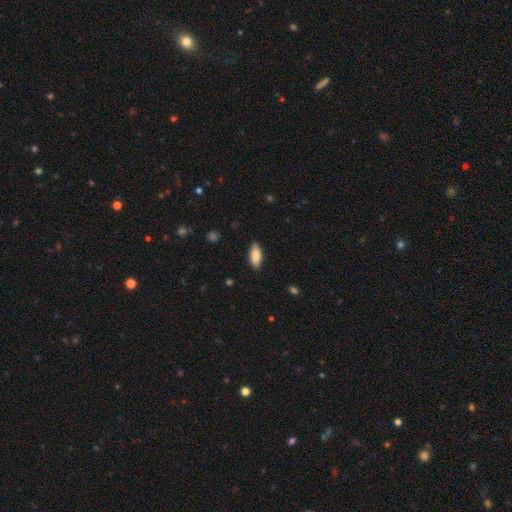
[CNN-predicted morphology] smooth_or_featured: smooth (p=0.83) [alt: featured or disk p=0.11]
how_rounded: in between (p=0.76) [alt: cigar-shaped p=0.23]
merging: none (p=0.87) [alt: minor disturbance p=0.10]